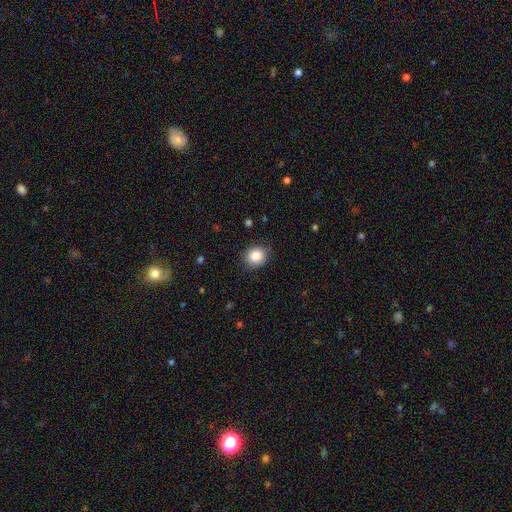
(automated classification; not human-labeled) Q: Smooth or featured?
A: smooth (87%); runner-up: star or artifact (9%)
Q: How rounded?
A: round (72%); runner-up: in between (27%)
Q: Merging?
A: none (84%); runner-up: minor disturbance (12%)